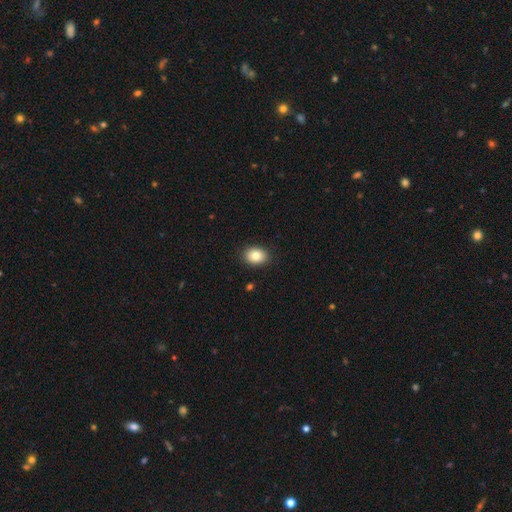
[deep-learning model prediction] Smooth or featured? smooth (83%)
How rounded? in between (69%)
Merging? none (89%)